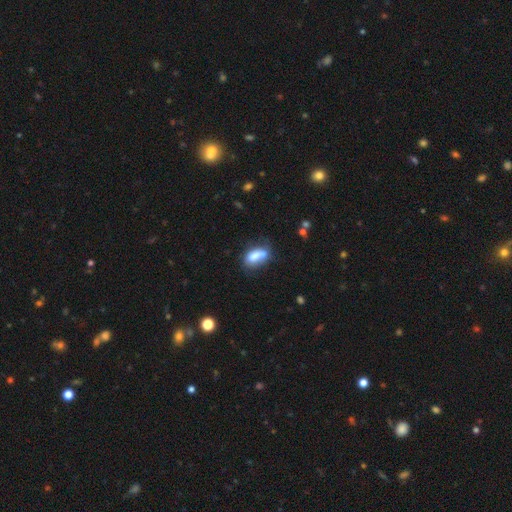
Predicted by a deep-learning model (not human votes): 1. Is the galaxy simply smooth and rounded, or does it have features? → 73% smooth, 19% featured or disk, 9% star or artifact.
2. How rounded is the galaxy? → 85% in between, 10% cigar-shaped, 6% round.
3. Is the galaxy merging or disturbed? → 43% none, 25% minor disturbance, 21% merger, 11% major disturbance.